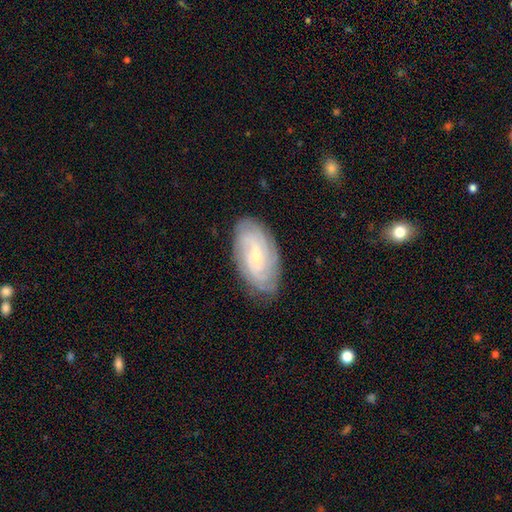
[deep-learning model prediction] A featured or disk galaxy (75%) with no bar (54%), tight (70%) spiral arms (94%) and a small central bulge (78%).

Vote fractions:
- Smooth or featured? featured or disk: 75% / smooth: 18% / star or artifact: 7%
- Edge-on disk? no: 95% / yes: 5%
- Bar? no: 54% / weak: 37% / strong: 8%
- Spiral arms? yes: 94% / no: 6%
- Spiral winding? tight: 70% / medium: 23% / loose: 7%
- Spiral arm count? can't tell: 44% / 4: 16% / 2: 15% / 3: 13% / more than 4: 7% / 1: 5%
- Bulge size? small: 78% / moderate: 18% / none: 2% / large: 1% / dominant: 1%
- Merging? none: 80% / minor disturbance: 15% / major disturbance: 3% / merger: 1%